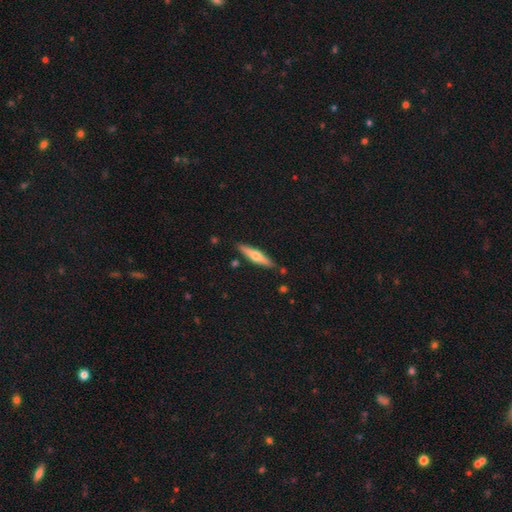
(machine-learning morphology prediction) Overall: featured or disk (48%; smooth 47%). Merging: none (86%).